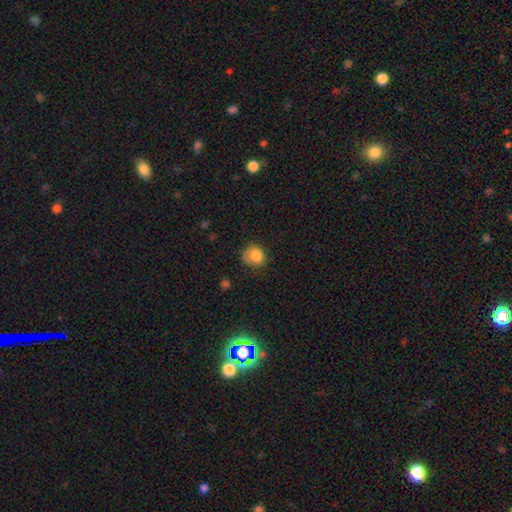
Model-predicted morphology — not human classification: The model was most divided on "merging": none: 59%, minor disturbance: 29%, major disturbance: 10%, merger: 2%. More confident: smooth or featured — smooth (83%); how rounded — round (73%).